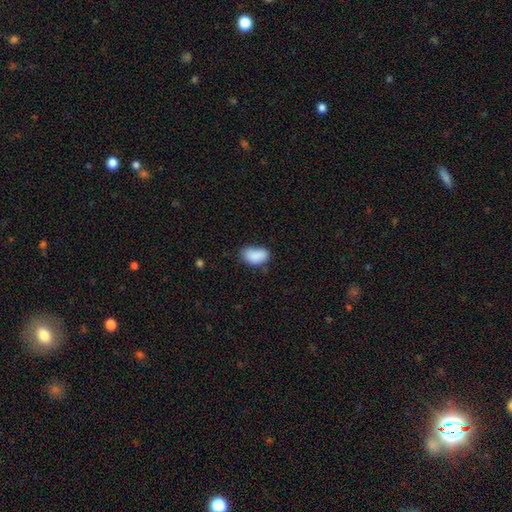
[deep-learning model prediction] Overall: smooth (87%). How rounded: in between (92%). Merging: none (60%; minor disturbance 30%).